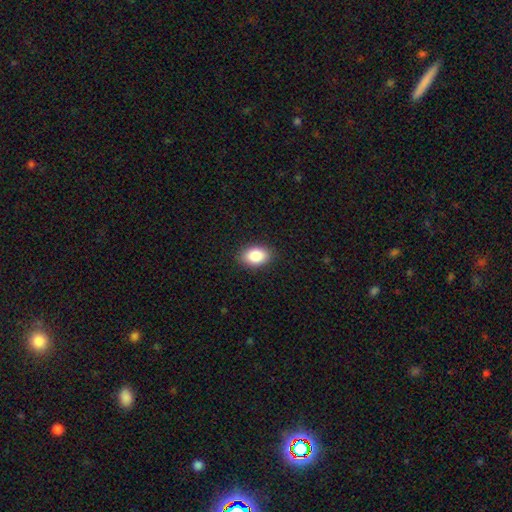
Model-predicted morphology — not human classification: Overall: smooth (87%). How rounded: in between (86%). Merging: none (88%).